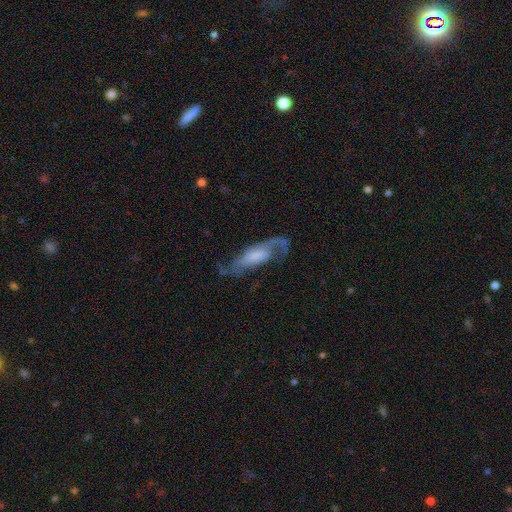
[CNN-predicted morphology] type=featured or disk (76%); edge-on=no (87%); bar=no (45%); spiral arms=yes (92%); winding=medium (44%); arm count=2 (71%); bulge=small (27%, tied with moderate); merging=none (57%).